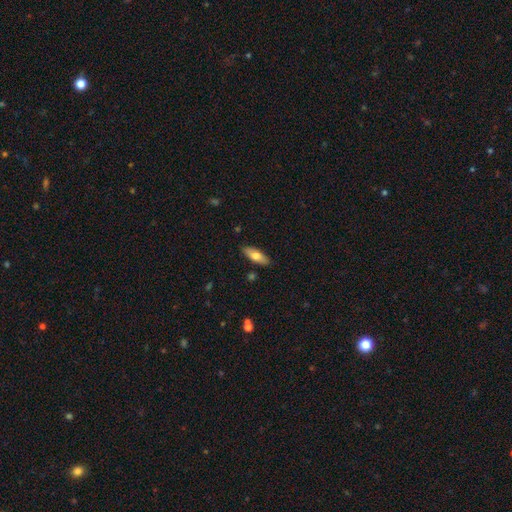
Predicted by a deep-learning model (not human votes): Q: Smooth or featured?
A: smooth (68%); runner-up: featured or disk (26%)
Q: How rounded?
A: in between (68%); runner-up: cigar-shaped (30%)
Q: Merging?
A: none (88%); runner-up: minor disturbance (9%)